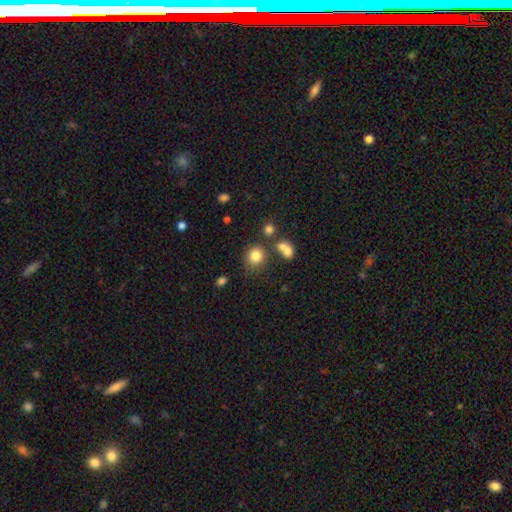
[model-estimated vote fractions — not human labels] This is clearly a smooth galaxy (81%). How rounded: clearly round (82%). Merging: likely none (72%).